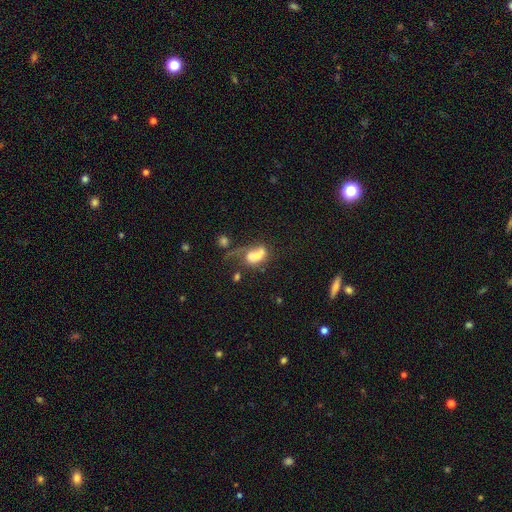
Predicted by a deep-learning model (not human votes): Overall: smooth (50%; featured or disk 38%). Merging: merger (39%; major disturbance 27%).